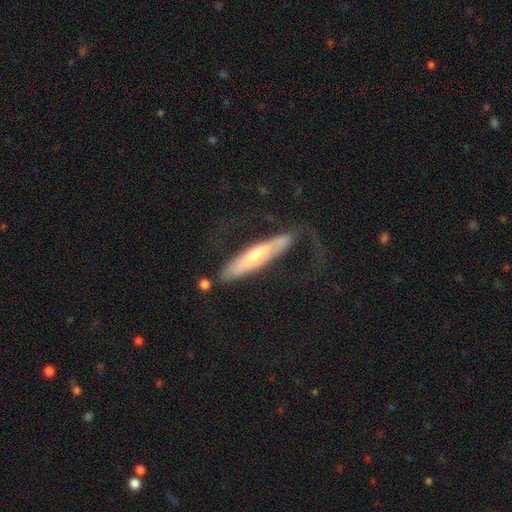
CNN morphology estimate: Smooth or featured? featured or disk (51%)
Edge-on disk? yes (70%)
Merging? none (49%)